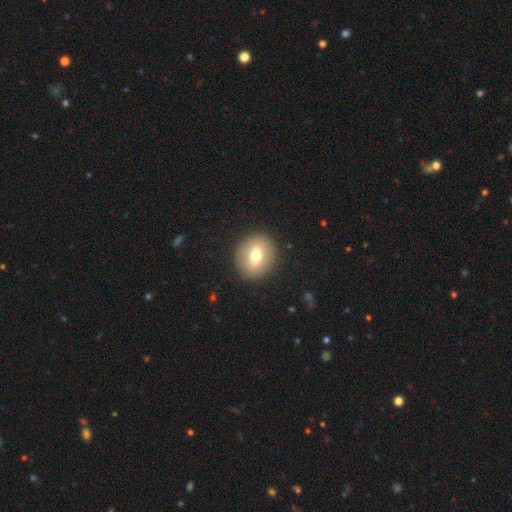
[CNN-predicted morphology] A smooth galaxy with no disk features (70%) that is round (79%).

Vote fractions:
- Smooth or featured? smooth: 70% / featured or disk: 21% / star or artifact: 9%
- How rounded? round: 79% / in between: 20% / cigar-shaped: 1%
- Merging? none: 90% / minor disturbance: 7% / major disturbance: 3% / merger: 1%